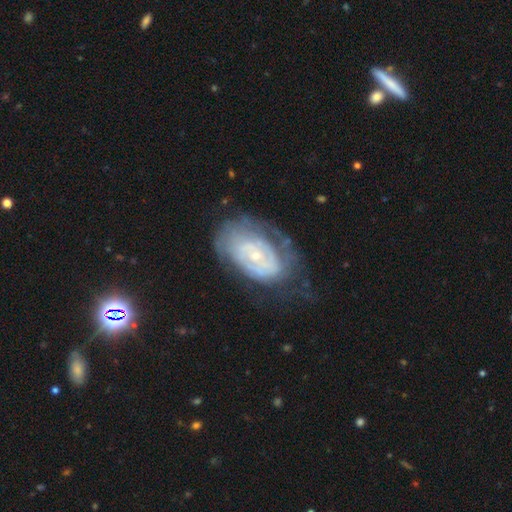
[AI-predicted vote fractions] Overall: featured or disk (72%). Edge-on disk: no (95%). Bar: no (77%). Spiral arms: yes (69%; no 31%). Bulge size: small (73%). Merging: none (51%; minor disturbance 26%).